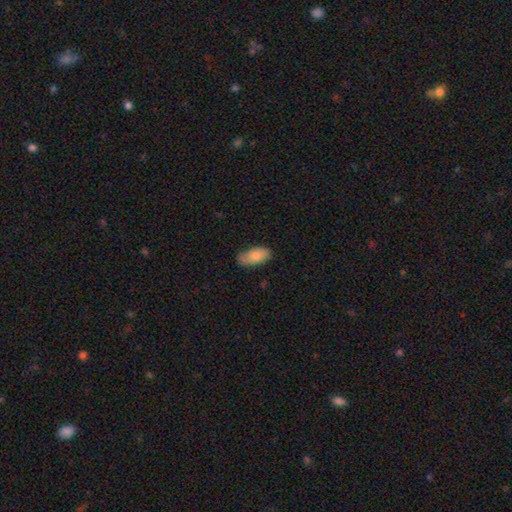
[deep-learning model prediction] A smooth galaxy with no disk features (82%) that is in between round and cigar-shaped (92%). Merging: none (73%).